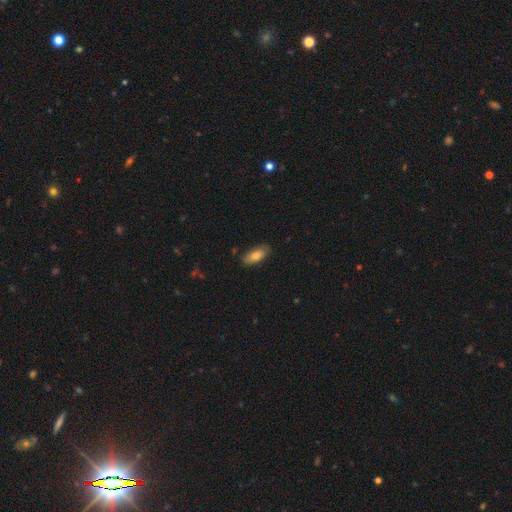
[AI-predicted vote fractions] smooth 76%, featured or disk 17%, star or artifact 7%. Down the decision tree: how rounded — in between (80%); merging — none (80%).